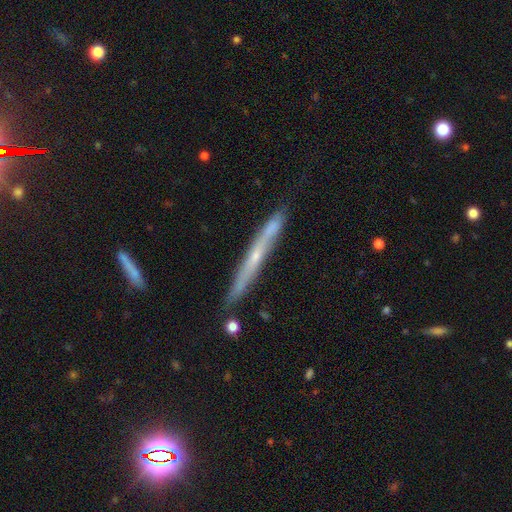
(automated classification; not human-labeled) A featured or disk galaxy (64%) viewed edge-on (94%) with no central bulge (56%). Merging: none (80%).